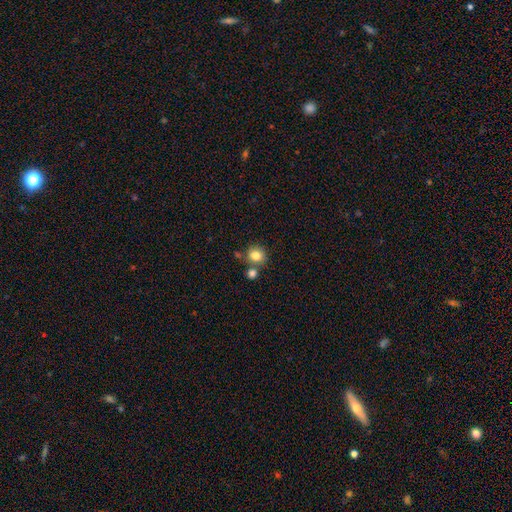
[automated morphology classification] Smooth or featured? smooth (82%)
How rounded? round (83%)
Merging? none (69%)